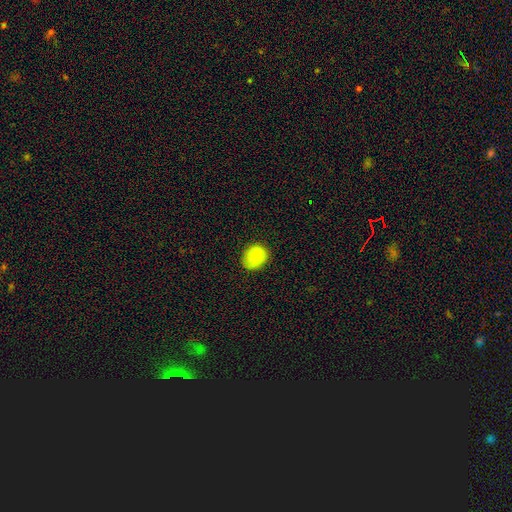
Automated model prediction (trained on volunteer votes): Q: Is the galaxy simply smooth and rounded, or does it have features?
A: smooth — 87%.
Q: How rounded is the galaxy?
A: round — 61%.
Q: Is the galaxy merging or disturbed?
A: none — 76%.